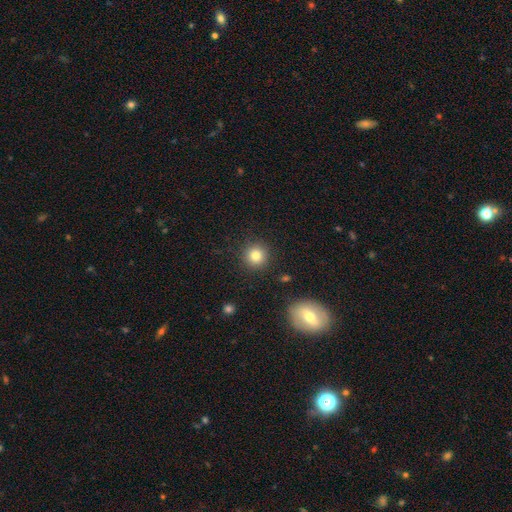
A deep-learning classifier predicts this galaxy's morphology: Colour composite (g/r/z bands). It shows a smooth galaxy with no disk features (81%) that is round (94%). Merging: none (90%).